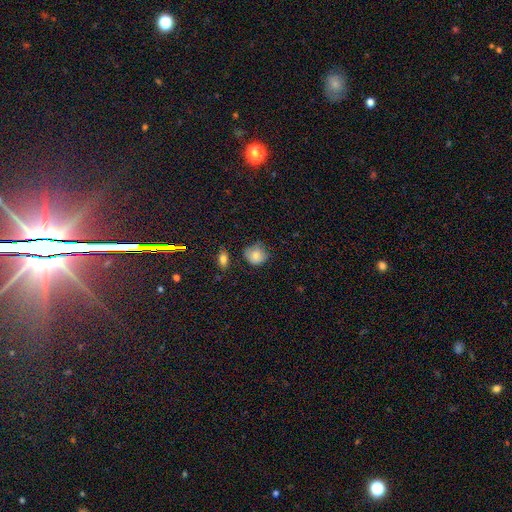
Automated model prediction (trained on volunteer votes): A smooth galaxy with no disk features (80%) that is round (81%).

Vote fractions:
- Smooth or featured? smooth: 80% / star or artifact: 10% / featured or disk: 10%
- How rounded? round: 81% / in between: 18% / cigar-shaped: 1%
- Merging? none: 61% / minor disturbance: 29% / major disturbance: 6% / merger: 3%